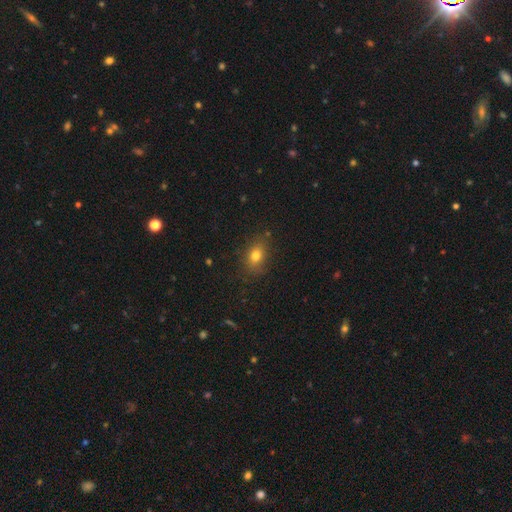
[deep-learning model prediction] Overall: smooth (78%). How rounded: in between (68%; round 29%). Merging: none (79%).